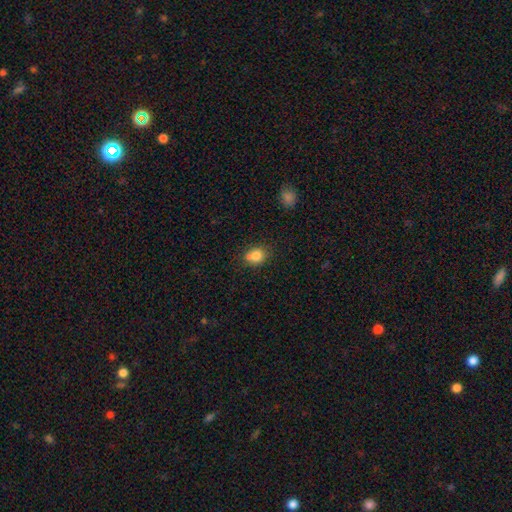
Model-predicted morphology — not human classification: Smooth or featured? smooth (80%)
How rounded? round (58%)
Merging? none (60%)